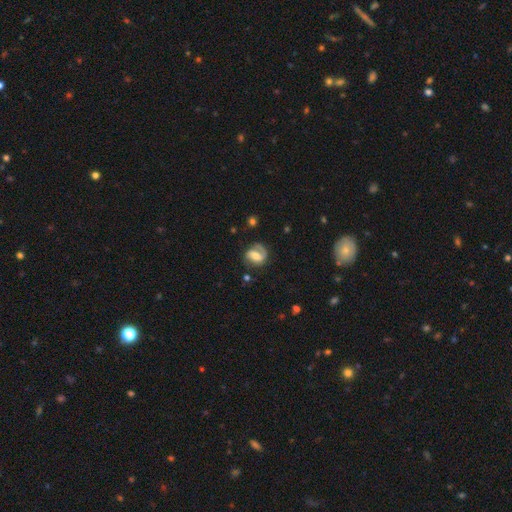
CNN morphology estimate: Smooth or featured? featured or disk (66%)
Edge-on disk? no (97%)
Bar? weak (42%)
Spiral arms? yes (89%)
Spiral winding? medium (44%)
Spiral arm count? 2 (62%)
Bulge size? moderate (41%)
Merging? none (64%)